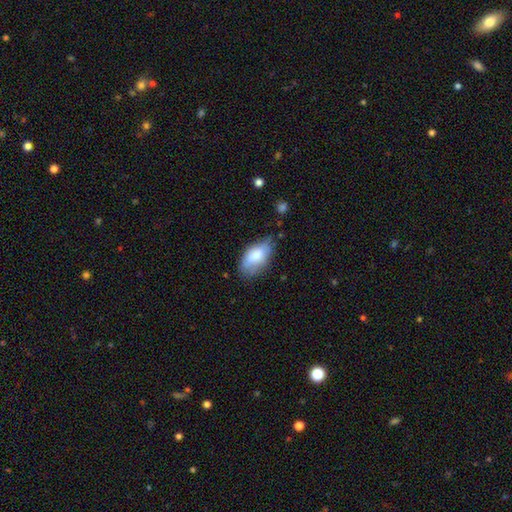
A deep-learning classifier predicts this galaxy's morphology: This is likely a smooth galaxy (75%). How rounded: clearly in between (92%). Merging: possibly none (54%).